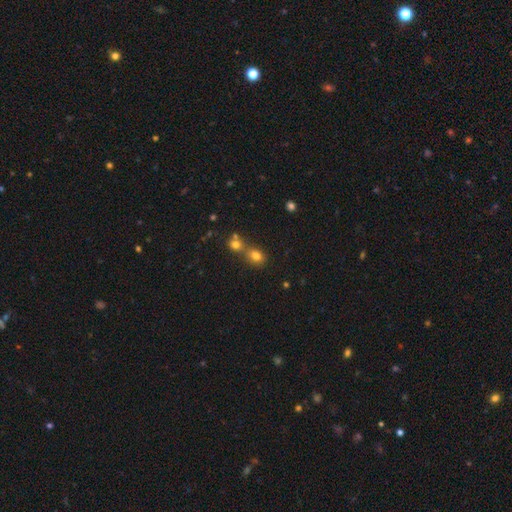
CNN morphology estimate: Smooth or featured? smooth (77%)
How rounded? round (53%)
Merging? merger (46%)